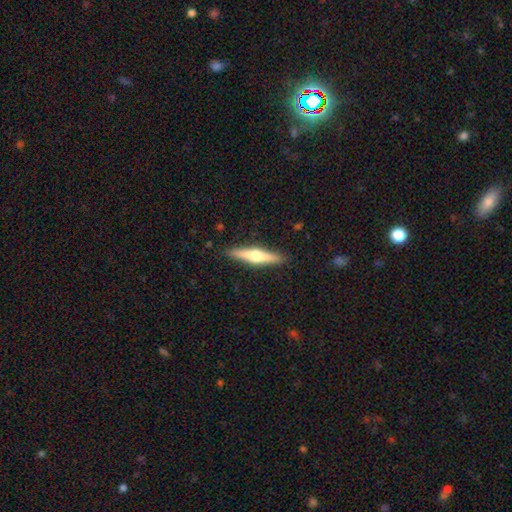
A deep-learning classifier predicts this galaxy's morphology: The model was most divided on "smooth or featured": featured or disk: 59%, smooth: 36%, star or artifact: 5%. More confident: edge-on disk — yes (96%); edge-on bulge — rounded (93%); merging — none (90%).